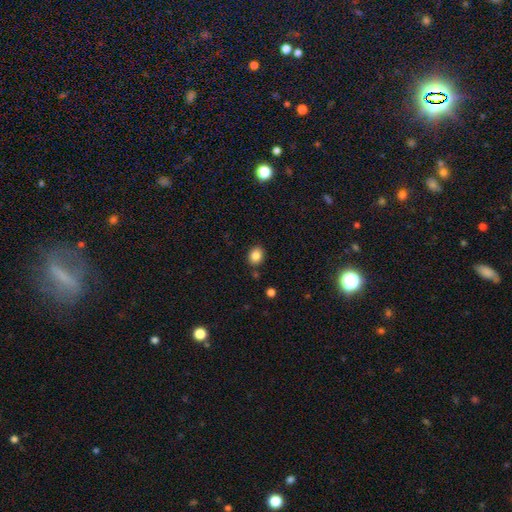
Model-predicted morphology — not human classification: A smooth galaxy with no disk features (85%) that is round (54%).

Vote fractions:
- Smooth or featured? smooth: 85% / star or artifact: 10% / featured or disk: 5%
- How rounded? round: 54% / in between: 46% / cigar-shaped: 1%
- Merging? none: 85% / minor disturbance: 9% / merger: 3% / major disturbance: 2%